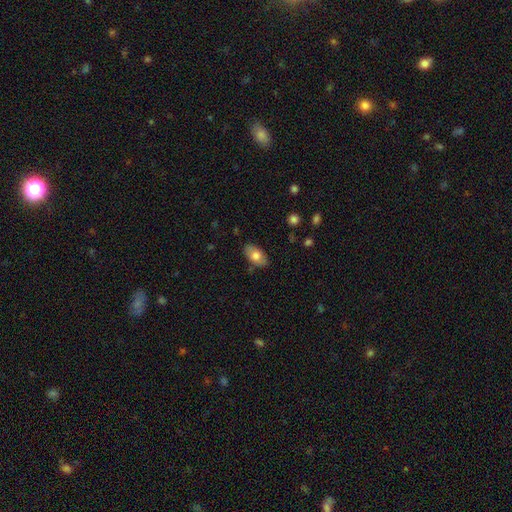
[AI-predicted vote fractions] Smooth or featured? Predicted: smooth (p=0.75). How rounded? Predicted: in between (p=0.92). Merging? Predicted: none (p=0.83).